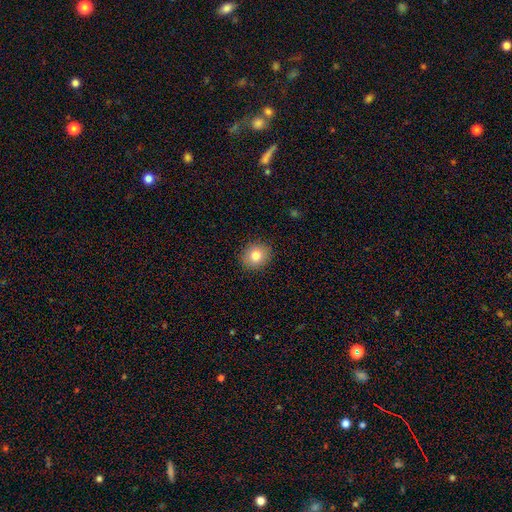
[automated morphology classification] A smooth galaxy with no disk features (83%) that is round (78%). Merging: none (90%).